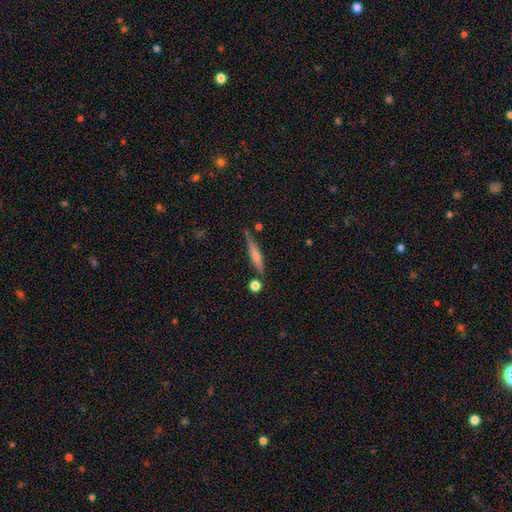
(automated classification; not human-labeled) Smooth or featured? Predicted: smooth (p=0.52). How rounded? Predicted: cigar-shaped (p=0.90). Merging? Predicted: none (p=0.76).